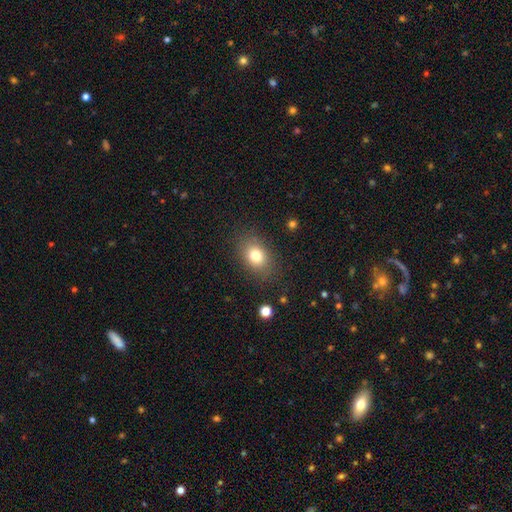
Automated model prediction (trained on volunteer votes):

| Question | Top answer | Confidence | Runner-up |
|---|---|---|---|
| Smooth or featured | smooth | 79% | star or artifact (11%) |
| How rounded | in between | 69% | round (30%) |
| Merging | none | 83% | minor disturbance (12%) |